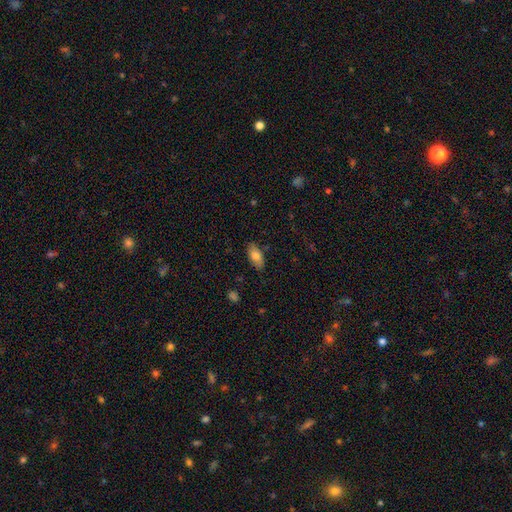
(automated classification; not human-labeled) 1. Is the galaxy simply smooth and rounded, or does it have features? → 79% smooth, 14% featured or disk, 7% star or artifact.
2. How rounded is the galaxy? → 89% in between, 8% cigar-shaped, 3% round.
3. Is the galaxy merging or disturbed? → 84% none, 12% minor disturbance, 2% major disturbance, 1% merger.